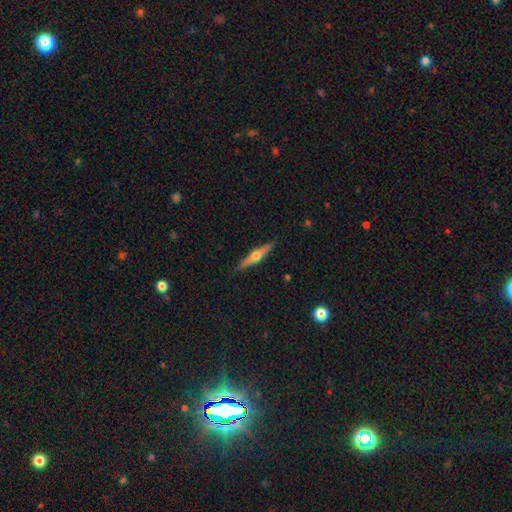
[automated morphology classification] This appears to be a featured or disk galaxy (65%) viewed edge-on (97%) with a rounded central bulge (93%). Merging: none (90%).